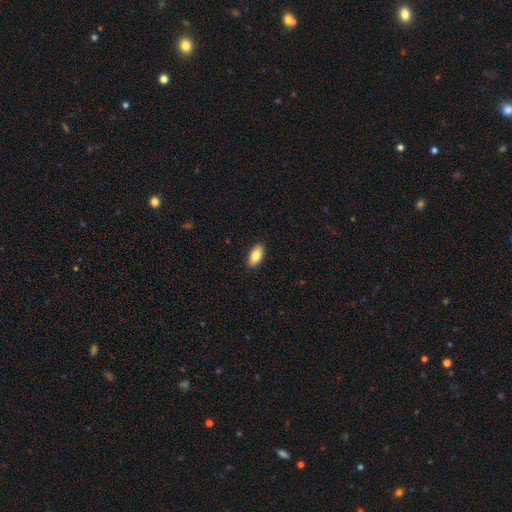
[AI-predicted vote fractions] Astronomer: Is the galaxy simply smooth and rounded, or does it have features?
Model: smooth — 85%.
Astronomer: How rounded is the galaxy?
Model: in between — 91%.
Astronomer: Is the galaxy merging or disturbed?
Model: none — 89%.